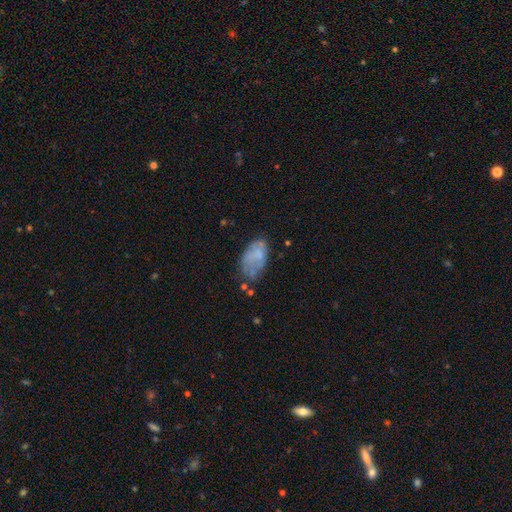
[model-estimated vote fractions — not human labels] Smooth or featured: smooth — 56% (featured or disk — 34%)
How rounded: in between — 92% (round — 6%)
Merging: none — 43% (minor disturbance — 31%)